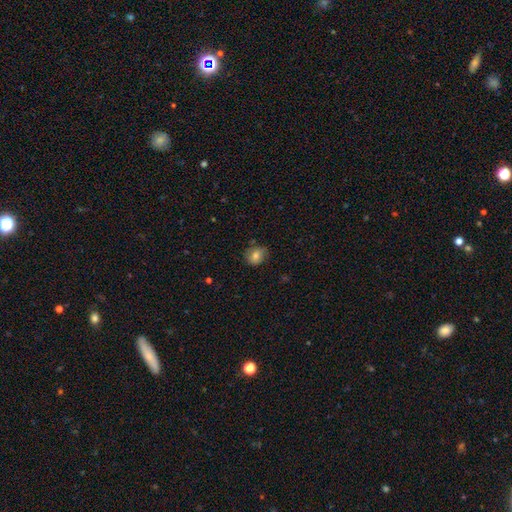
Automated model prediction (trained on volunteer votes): Q: Smooth or featured?
A: smooth (76%); runner-up: featured or disk (14%)
Q: How rounded?
A: round (65%); runner-up: in between (34%)
Q: Merging?
A: none (74%); runner-up: minor disturbance (20%)